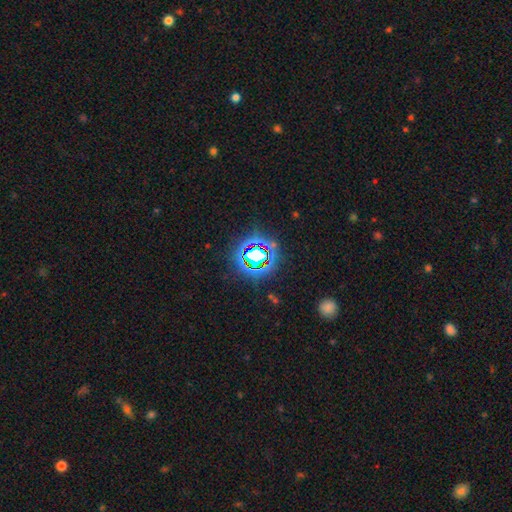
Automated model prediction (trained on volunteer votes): Smooth or featured: star or artifact — 72% (smooth — 17%)